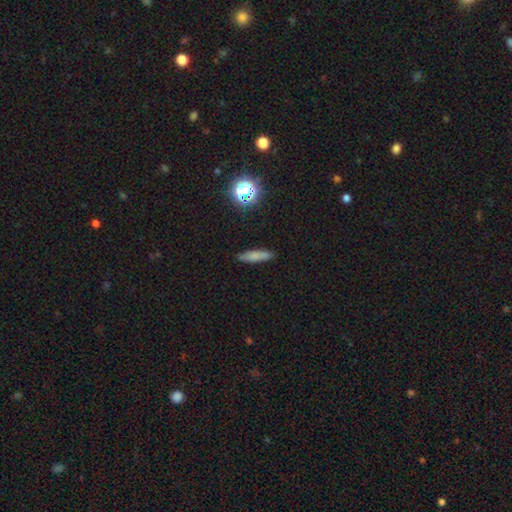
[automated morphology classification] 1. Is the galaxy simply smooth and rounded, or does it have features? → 72% smooth, 16% featured or disk, 12% star or artifact.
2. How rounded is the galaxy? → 76% cigar-shaped, 21% in between, 3% round.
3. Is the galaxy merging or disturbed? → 85% none, 11% minor disturbance, 2% major disturbance, 2% merger.